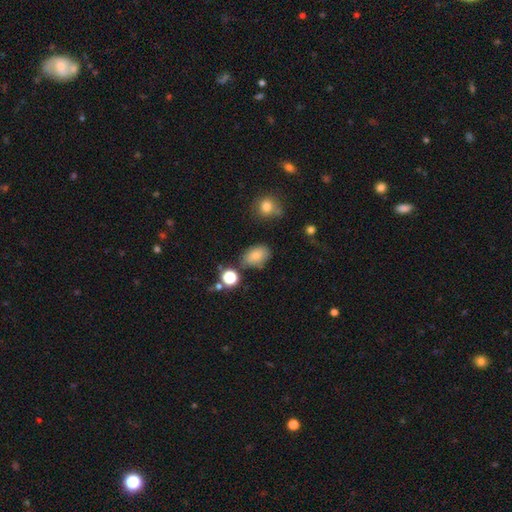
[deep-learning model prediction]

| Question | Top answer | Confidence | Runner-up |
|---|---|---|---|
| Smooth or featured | smooth | 76% | star or artifact (13%) |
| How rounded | in between | 79% | round (20%) |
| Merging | none | 71% | minor disturbance (19%) |